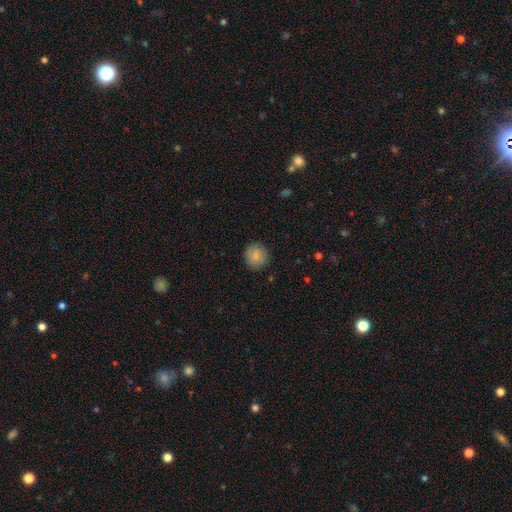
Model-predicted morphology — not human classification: smooth_or_featured: smooth (p=0.82) [alt: featured or disk p=0.11]
how_rounded: round (p=0.90) [alt: in between p=0.09]
merging: none (p=0.88) [alt: minor disturbance p=0.09]